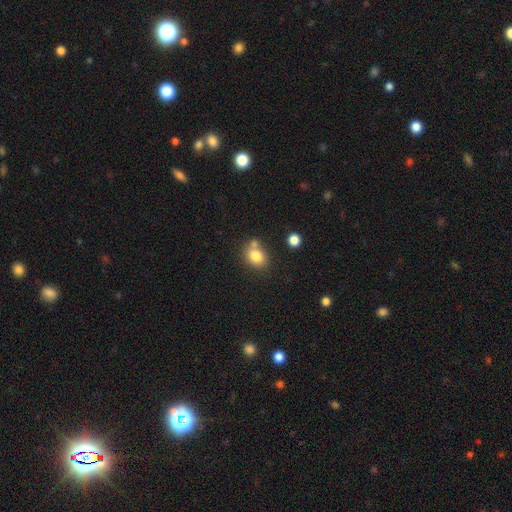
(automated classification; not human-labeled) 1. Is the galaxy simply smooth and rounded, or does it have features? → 81% smooth, 10% star or artifact, 9% featured or disk.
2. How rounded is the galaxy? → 53% in between, 46% round, 1% cigar-shaped.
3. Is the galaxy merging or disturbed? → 57% none, 25% merger, 14% minor disturbance, 4% major disturbance.